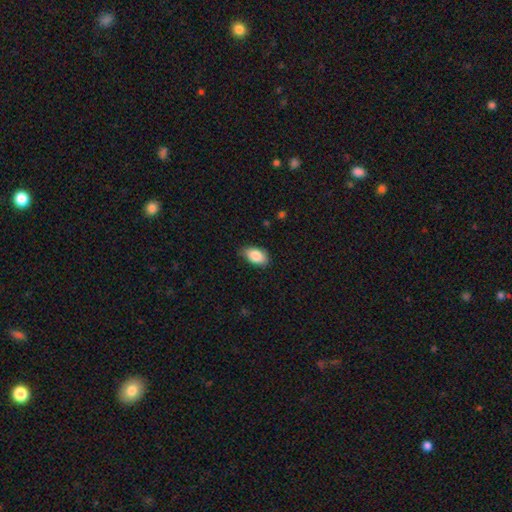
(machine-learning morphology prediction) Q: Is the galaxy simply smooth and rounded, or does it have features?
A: smooth — 86%.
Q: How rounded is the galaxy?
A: in between — 92%.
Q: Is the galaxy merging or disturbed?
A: none — 79%.